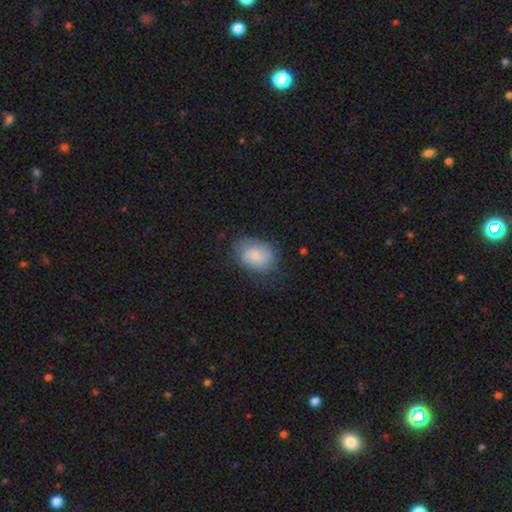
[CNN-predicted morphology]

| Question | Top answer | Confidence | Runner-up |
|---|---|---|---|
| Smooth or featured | smooth | 57% | featured or disk (36%) |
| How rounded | in between | 71% | round (28%) |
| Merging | none | 66% | minor disturbance (24%) |